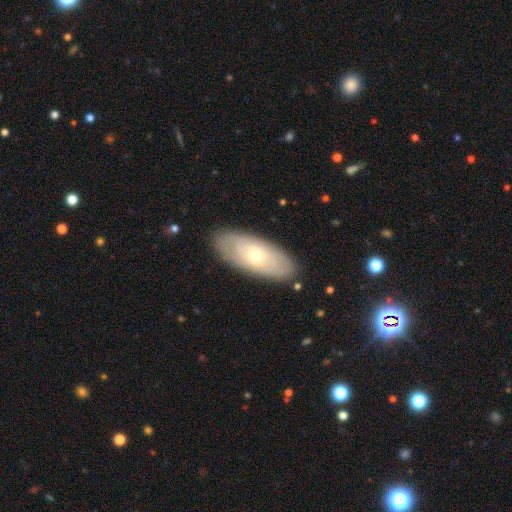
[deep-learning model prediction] A featured or disk galaxy (53%).

Vote fractions:
- Smooth or featured? featured or disk: 53% / smooth: 40% / star or artifact: 6%
- Edge-on disk? no: 82% / yes: 18%
- Merging? none: 85% / minor disturbance: 11% / major disturbance: 3% / merger: 1%